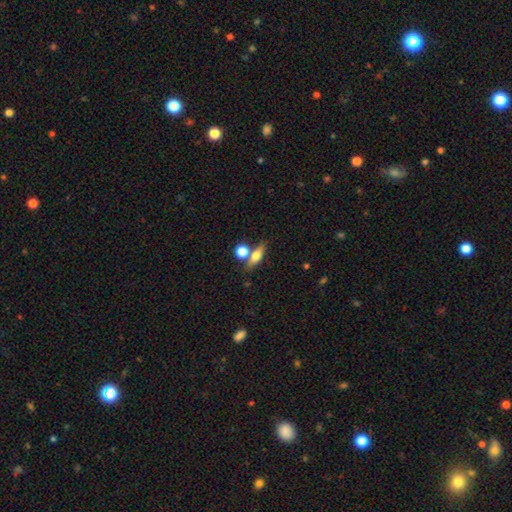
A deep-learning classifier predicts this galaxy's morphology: Smooth or featured: smooth — 56% (featured or disk — 34%)
How rounded: in between — 47% (cigar-shaped — 37%)
Merging: none — 63% (merger — 22%)